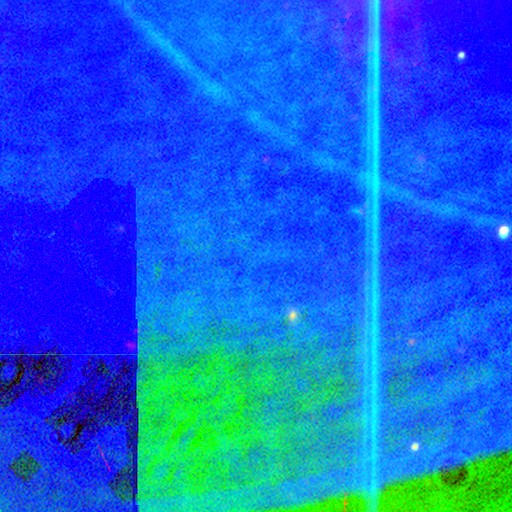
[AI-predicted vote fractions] smooth-or-featured: star or artifact: 90% | featured or disk: 6% | smooth: 5%